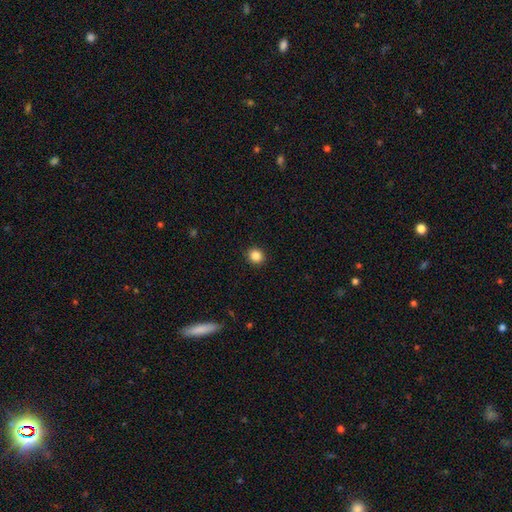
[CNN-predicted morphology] Smooth or featured? smooth (86%)
How rounded? round (87%)
Merging? none (92%)